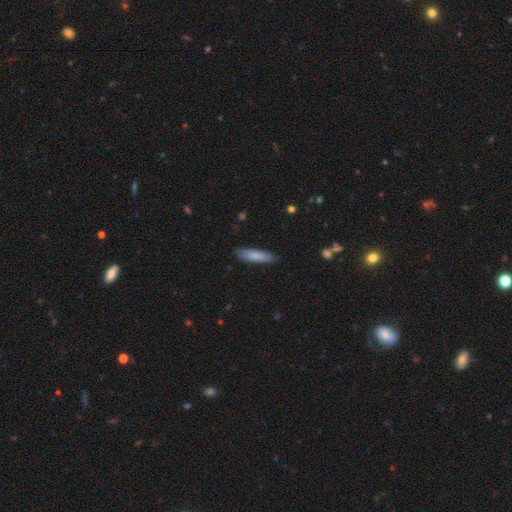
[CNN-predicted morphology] A smooth galaxy with no disk features (77%) that is cigar-shaped (69%).

Vote fractions:
- Smooth or featured? smooth: 77% / featured or disk: 17% / star or artifact: 5%
- How rounded? cigar-shaped: 69% / in between: 30% / round: 1%
- Merging? none: 85% / minor disturbance: 12% / major disturbance: 2% / merger: 1%